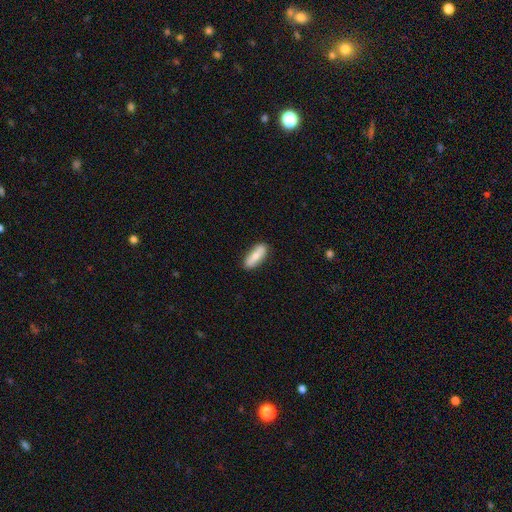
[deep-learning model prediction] A smooth galaxy with no disk features (73%) that is cigar-shaped (50%).

Vote fractions:
- Smooth or featured? smooth: 73% / featured or disk: 21% / star or artifact: 6%
- How rounded? cigar-shaped: 50% / in between: 48% / round: 2%
- Merging? none: 86% / minor disturbance: 11% / major disturbance: 2% / merger: 1%